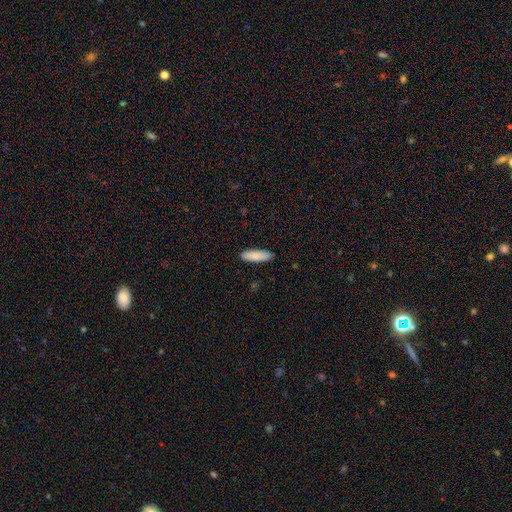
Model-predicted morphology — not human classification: This is clearly a smooth galaxy (85%). How rounded: possibly cigar-shaped (55%). Merging: clearly none (90%).